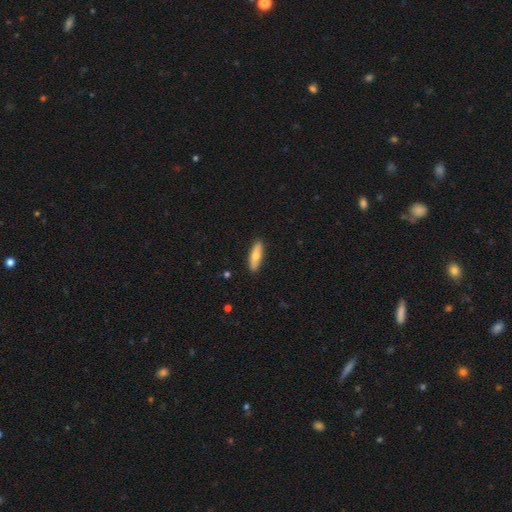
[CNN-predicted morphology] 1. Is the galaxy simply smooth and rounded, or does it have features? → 69% smooth, 25% featured or disk, 6% star or artifact.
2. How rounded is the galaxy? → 55% cigar-shaped, 42% in between, 2% round.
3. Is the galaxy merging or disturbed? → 89% none, 8% minor disturbance, 2% major disturbance, 1% merger.